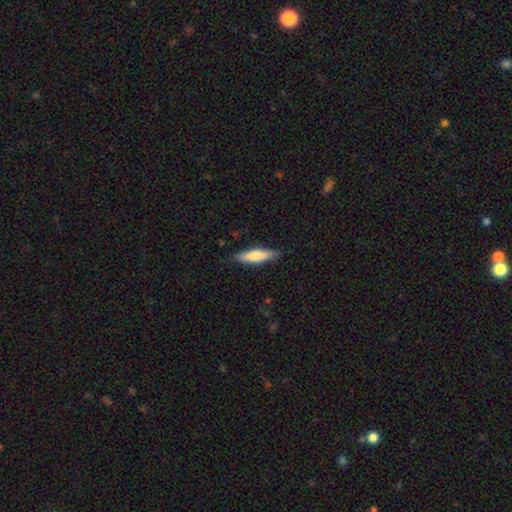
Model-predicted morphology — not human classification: This appears to be a smooth galaxy with no disk features (71%) that is cigar-shaped (71%). Merging: none (83%).